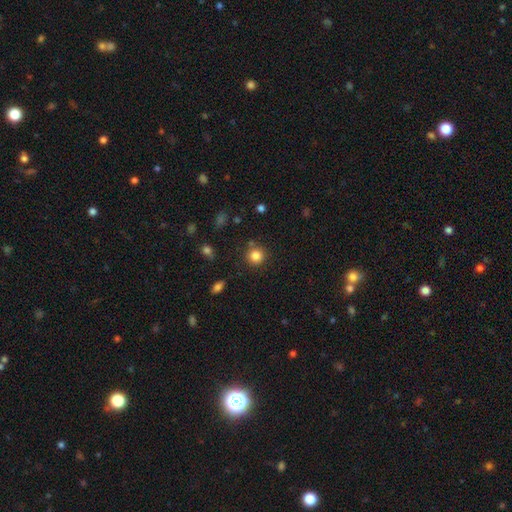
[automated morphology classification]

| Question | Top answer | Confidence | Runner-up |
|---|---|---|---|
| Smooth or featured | smooth | 83% | star or artifact (11%) |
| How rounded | round | 93% | in between (6%) |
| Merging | none | 83% | minor disturbance (8%) |